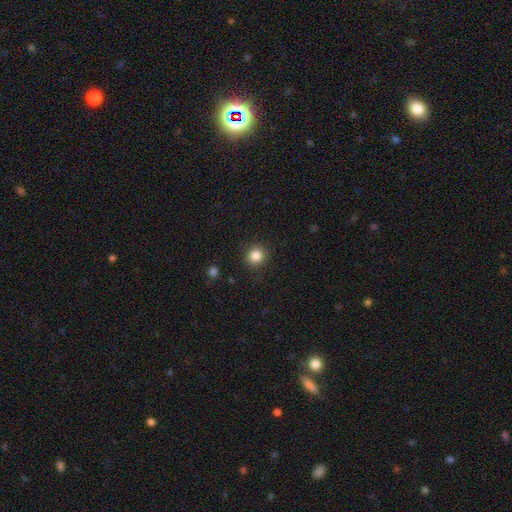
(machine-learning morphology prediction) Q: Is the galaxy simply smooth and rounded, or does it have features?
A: smooth — 84%.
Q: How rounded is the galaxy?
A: round — 90%.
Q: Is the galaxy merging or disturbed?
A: none — 90%.